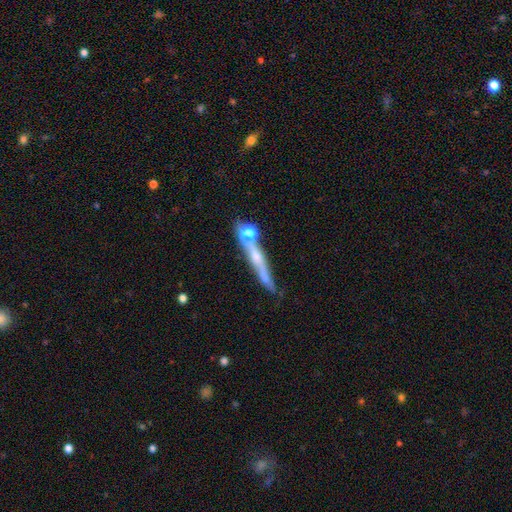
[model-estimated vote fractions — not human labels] This is possibly a featured or disk galaxy (56%). It is clearly viewed edge-on (84%). Merging: possibly none (55%).